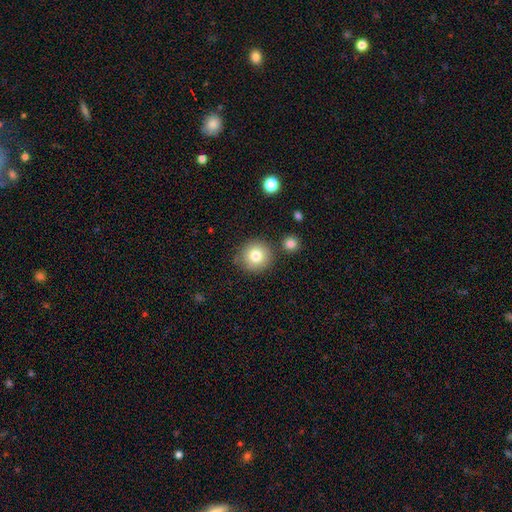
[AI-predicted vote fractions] Smooth or featured: smooth — 79% (featured or disk — 10%)
How rounded: round — 94% (in between — 5%)
Merging: none — 79% (minor disturbance — 9%)